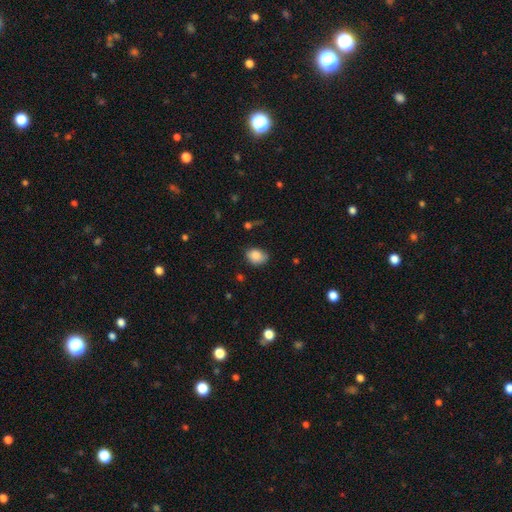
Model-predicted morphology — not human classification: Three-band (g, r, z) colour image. It shows a smooth galaxy with no disk features (85%) that is in between round and cigar-shaped (67%). Merging: none (67%).